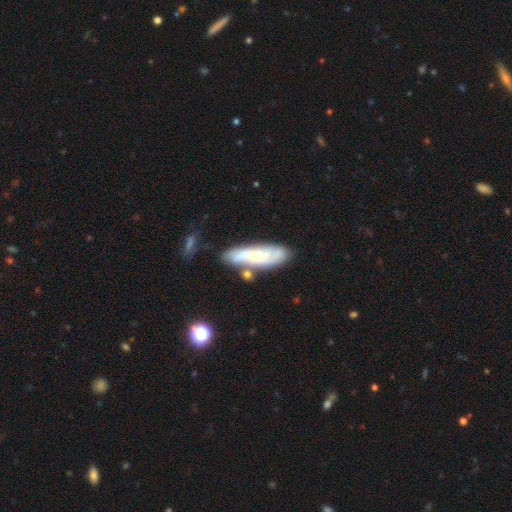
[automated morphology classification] Overall: featured or disk (51%; smooth 41%). Edge-on disk: no (74%). Merging: none (64%).